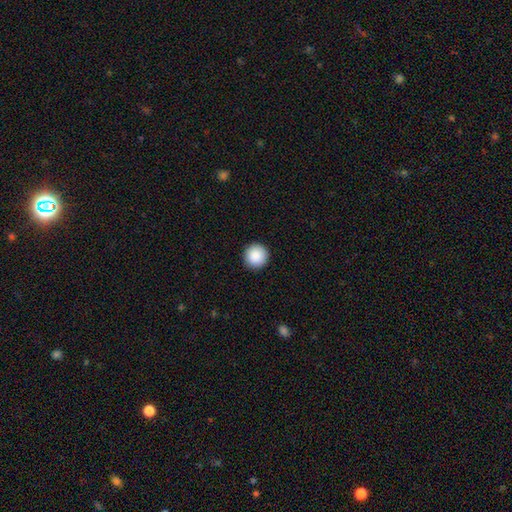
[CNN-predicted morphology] Smooth or featured: smooth — 89% (star or artifact — 8%)
How rounded: round — 96% (in between — 3%)
Merging: none — 93% (minor disturbance — 4%)